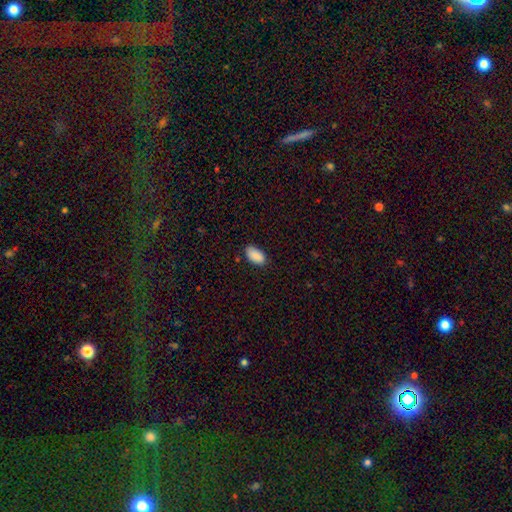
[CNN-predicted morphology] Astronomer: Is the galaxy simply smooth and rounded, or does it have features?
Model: smooth — 90%.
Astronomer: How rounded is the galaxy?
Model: in between — 94%.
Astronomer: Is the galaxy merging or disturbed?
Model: none — 80%.